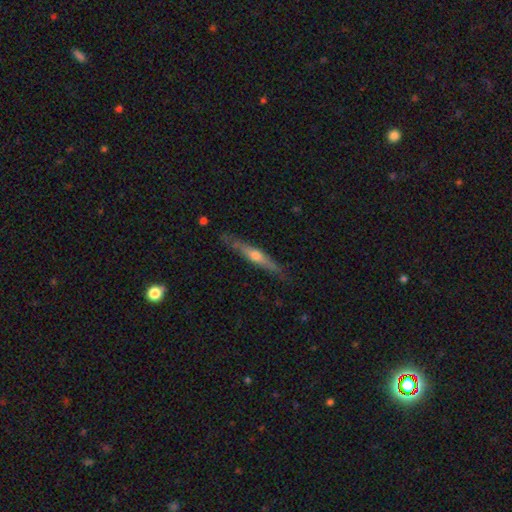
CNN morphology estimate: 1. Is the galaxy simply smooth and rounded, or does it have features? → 61% featured or disk, 34% smooth, 6% star or artifact.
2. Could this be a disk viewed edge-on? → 93% yes, 7% no.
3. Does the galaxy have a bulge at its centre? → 84% rounded, 12% none, 4% boxy.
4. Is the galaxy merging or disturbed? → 80% none, 15% minor disturbance, 3% major disturbance, 2% merger.